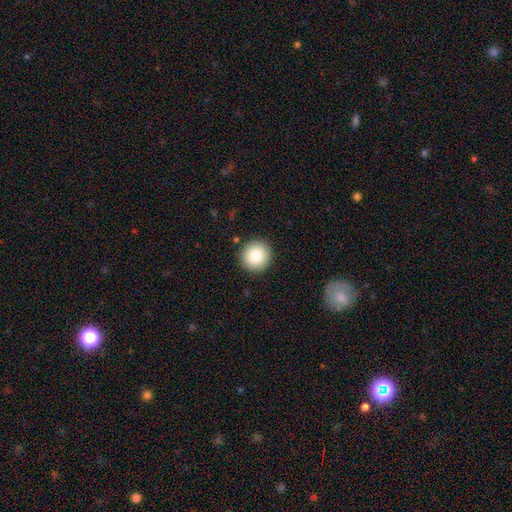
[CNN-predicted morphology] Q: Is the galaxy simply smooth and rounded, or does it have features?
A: smooth — 84%.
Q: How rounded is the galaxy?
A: round — 94%.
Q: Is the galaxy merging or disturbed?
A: none — 91%.